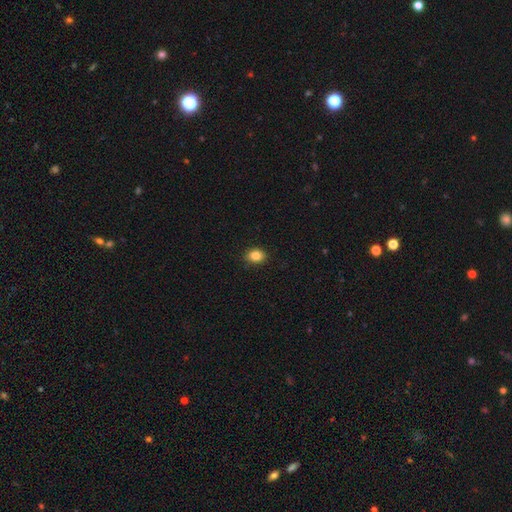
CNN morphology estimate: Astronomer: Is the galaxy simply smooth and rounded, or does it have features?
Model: smooth — 86%.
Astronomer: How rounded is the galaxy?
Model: in between — 59% (runner-up: round, 40%).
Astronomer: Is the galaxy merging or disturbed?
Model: none — 88%.